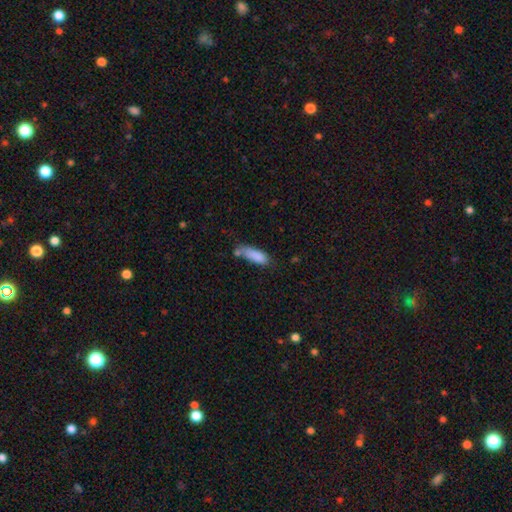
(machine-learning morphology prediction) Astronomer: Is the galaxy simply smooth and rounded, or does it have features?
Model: smooth — 84%.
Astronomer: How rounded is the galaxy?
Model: in between — 57% (runner-up: cigar-shaped, 41%).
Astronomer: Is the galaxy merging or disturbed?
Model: none — 46% (runner-up: minor disturbance, 30%).